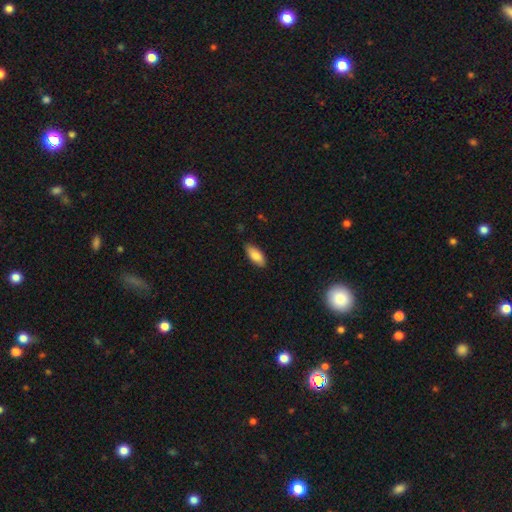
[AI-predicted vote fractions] Overall: smooth (85%). How rounded: in between (86%). Merging: none (83%).